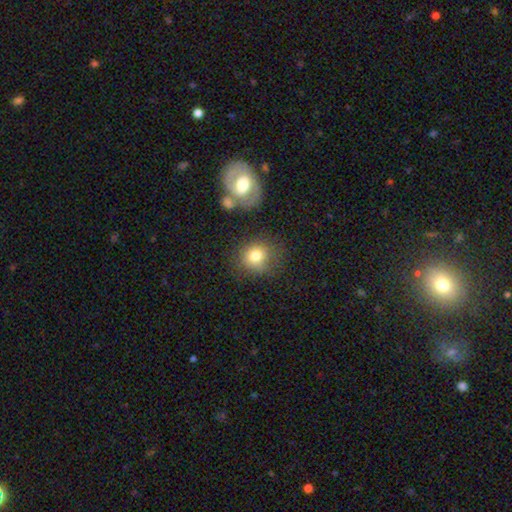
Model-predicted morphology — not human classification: Smooth or featured? smooth (78%)
How rounded? round (80%)
Merging? none (66%)